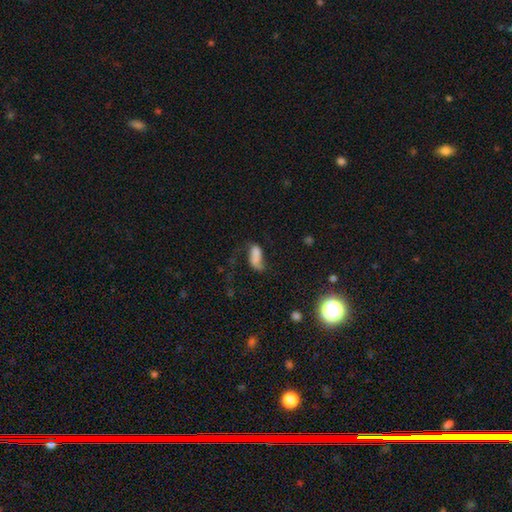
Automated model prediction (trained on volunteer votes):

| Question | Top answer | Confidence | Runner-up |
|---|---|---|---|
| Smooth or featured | smooth | 69% | featured or disk (19%) |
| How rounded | in between | 84% | cigar-shaped (12%) |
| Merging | none | 33% | major disturbance (28%) |